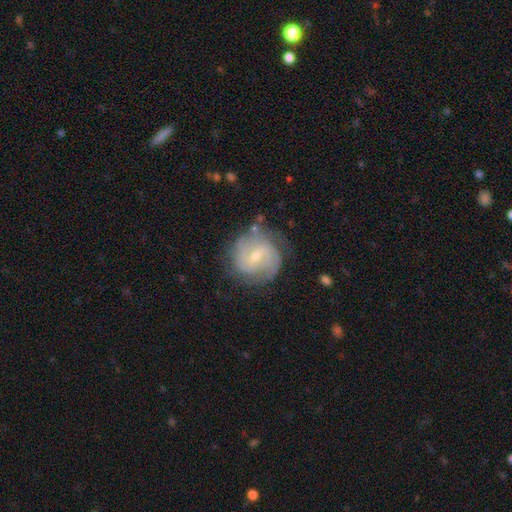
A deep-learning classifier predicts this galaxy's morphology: Overall: featured or disk (77%). Edge-on disk: no (97%). Bar: weak (60%; no 23%). Spiral arms: yes (92%). Spiral arm count: 2 (44%; can't tell 29%). Spiral winding: tight (48%; medium 39%). Bulge size: small (65%; moderate 31%). Merging: none (71%).